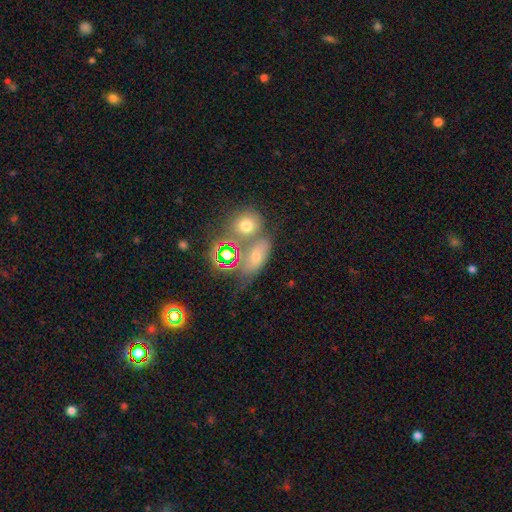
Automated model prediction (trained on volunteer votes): Smooth or featured? Predicted: smooth (p=0.50). How rounded? Predicted: in between (p=0.63). Merging? Predicted: none (p=0.44).